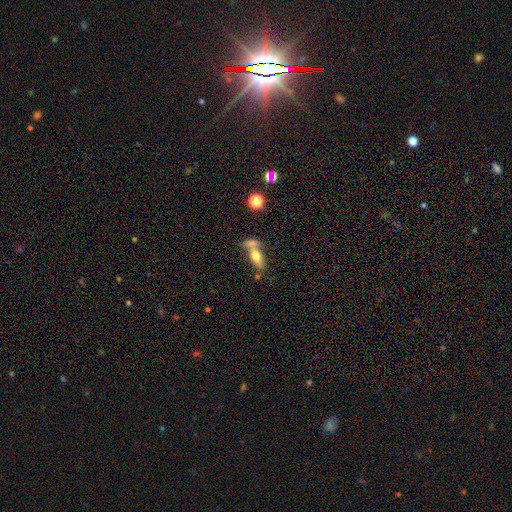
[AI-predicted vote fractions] A smooth galaxy with no disk features (58%) that is in between round and cigar-shaped (65%).

Vote fractions:
- Smooth or featured? smooth: 58% / featured or disk: 33% / star or artifact: 9%
- How rounded? in between: 65% / cigar-shaped: 30% / round: 5%
- Merging? none: 42% / merger: 40% / minor disturbance: 11% / major disturbance: 6%